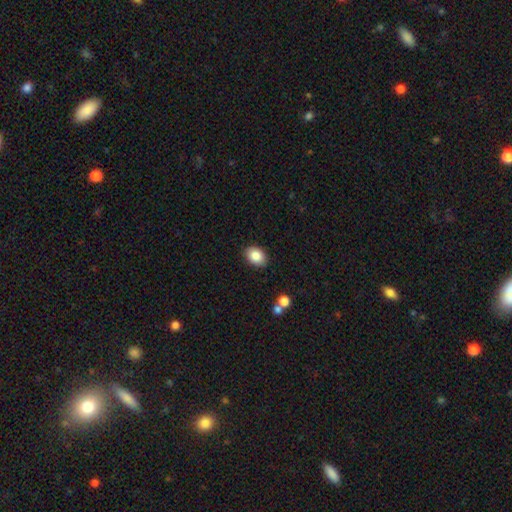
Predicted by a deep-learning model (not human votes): A smooth galaxy with no disk features (86%) that is in between round and cigar-shaped (75%). Merging: none (88%).